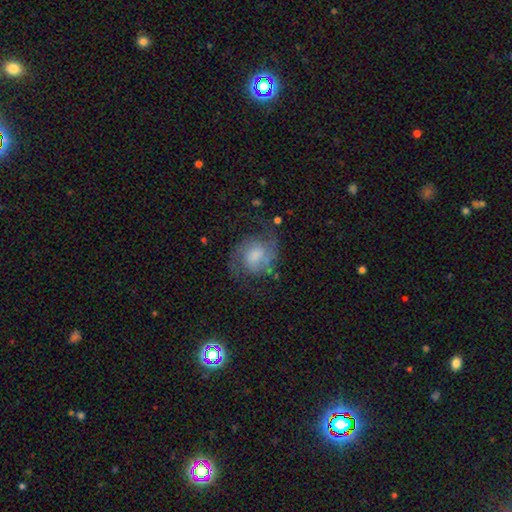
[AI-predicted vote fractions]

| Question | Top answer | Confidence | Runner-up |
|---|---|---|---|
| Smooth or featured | featured or disk | 78% | smooth (15%) |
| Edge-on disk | no | 98% | yes (2%) |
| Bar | no | 52% | weak (40%) |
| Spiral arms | yes | 94% | no (6%) |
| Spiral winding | medium | 53% | loose (27%) |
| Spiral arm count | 2 | 88% | can't tell (5%) |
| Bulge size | moderate | 32% | small (28%) |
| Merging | none | 66% | minor disturbance (18%) |